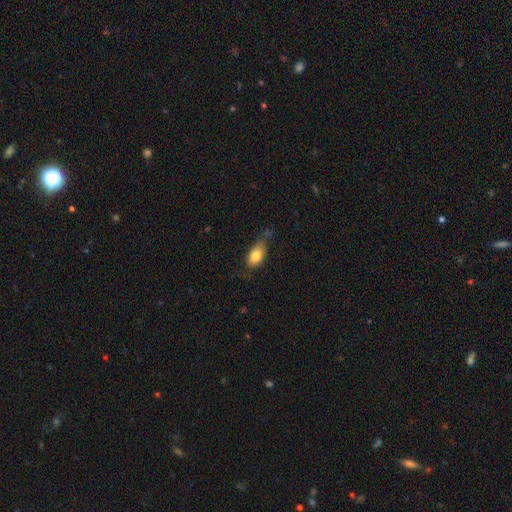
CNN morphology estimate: Smooth or featured? Predicted: smooth (p=0.80). How rounded? Predicted: in between (p=0.88). Merging? Predicted: none (p=0.52).